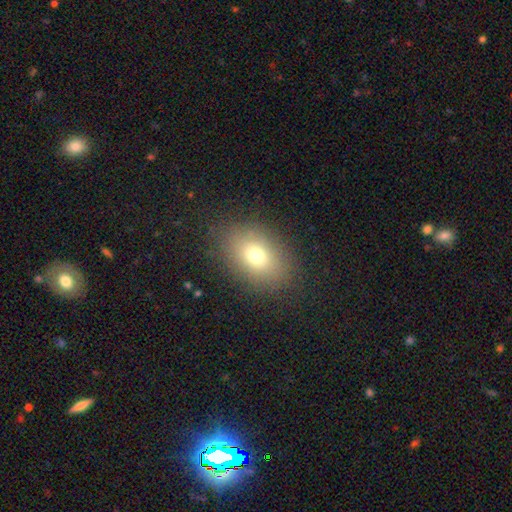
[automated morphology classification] A smooth galaxy with no disk features (74%) that is in between round and cigar-shaped (79%).

Vote fractions:
- Smooth or featured? smooth: 74% / featured or disk: 13% / star or artifact: 13%
- How rounded? in between: 79% / round: 20% / cigar-shaped: 1%
- Merging? none: 84% / minor disturbance: 10% / major disturbance: 5% / merger: 1%